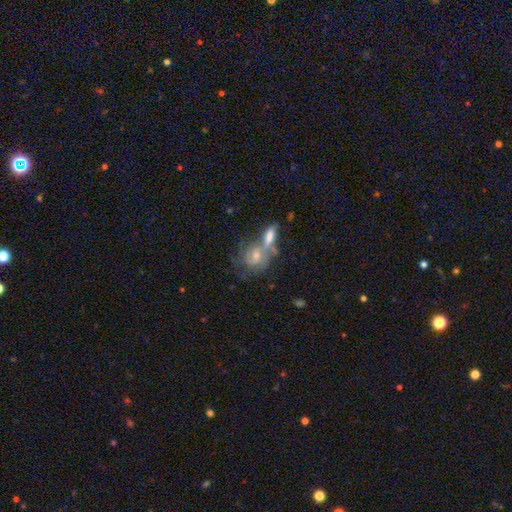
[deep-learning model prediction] Overall: featured or disk (48%; smooth 43%). Merging: merger (50%; none 28%).